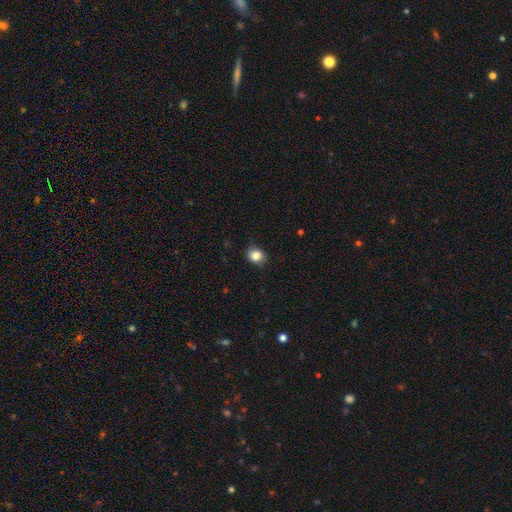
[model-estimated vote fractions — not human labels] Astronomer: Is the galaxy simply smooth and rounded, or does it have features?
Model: smooth — 85%.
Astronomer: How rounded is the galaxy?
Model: round — 60% (runner-up: in between, 39%).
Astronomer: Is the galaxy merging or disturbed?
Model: none — 80%.